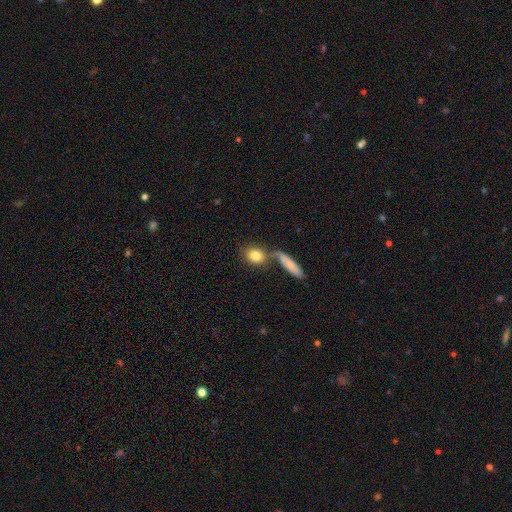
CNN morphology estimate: A smooth galaxy with no disk features (80%) that is round (51%).

Vote fractions:
- Smooth or featured? smooth: 80% / featured or disk: 12% / star or artifact: 8%
- How rounded? round: 51% / in between: 42% / cigar-shaped: 7%
- Merging? none: 58% / merger: 26% / minor disturbance: 11% / major disturbance: 5%